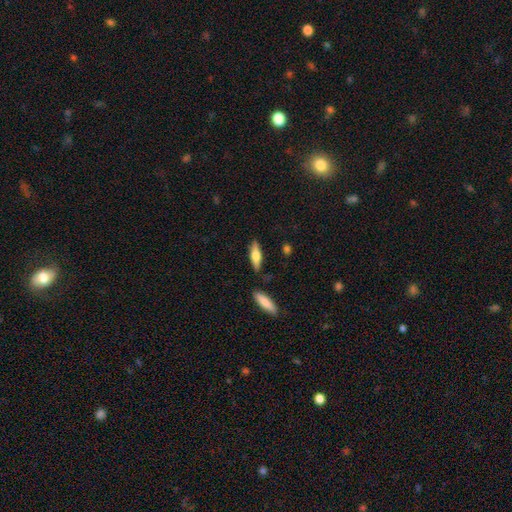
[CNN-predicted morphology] smooth-or-featured: smooth: 59% | featured or disk: 35% | star or artifact: 6%
  how-rounded: cigar-shaped: 58% | in between: 39% | round: 2%
  merging: none: 82% | minor disturbance: 11% | merger: 4% | major disturbance: 3%